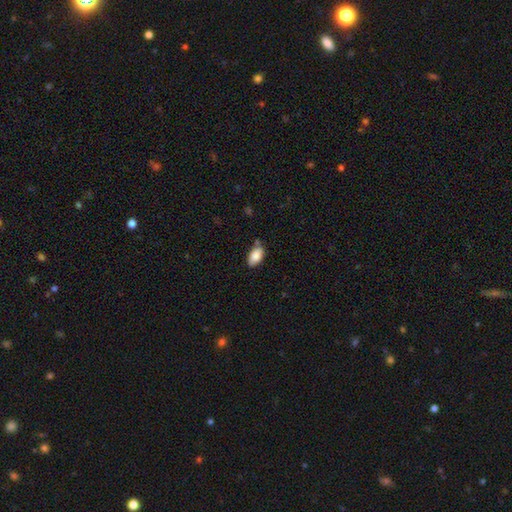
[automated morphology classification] Smooth or featured: smooth — 86% (featured or disk — 7%)
How rounded: in between — 93% (round — 4%)
Merging: none — 73% (minor disturbance — 18%)